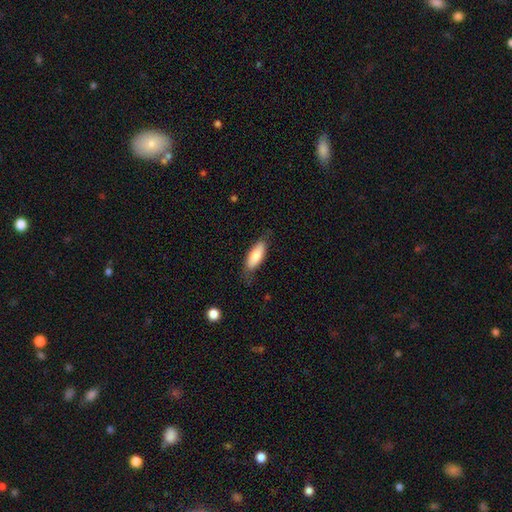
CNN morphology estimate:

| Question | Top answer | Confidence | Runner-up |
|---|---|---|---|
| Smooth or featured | smooth | 80% | featured or disk (14%) |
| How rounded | in between | 70% | cigar-shaped (28%) |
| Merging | none | 72% | minor disturbance (21%) |